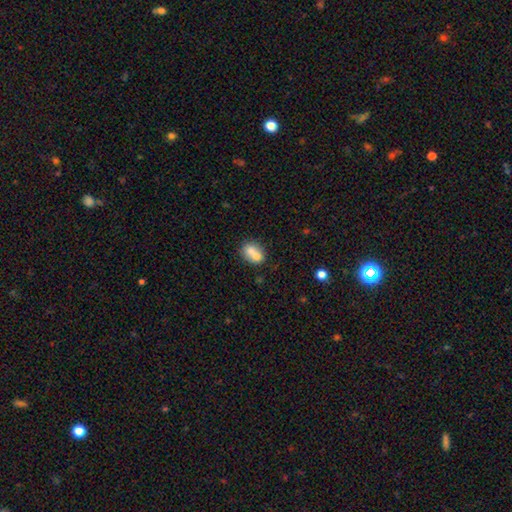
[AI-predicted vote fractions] This is likely a smooth galaxy (70%). How rounded: possibly in between (53%). Merging: possibly merger (60%).